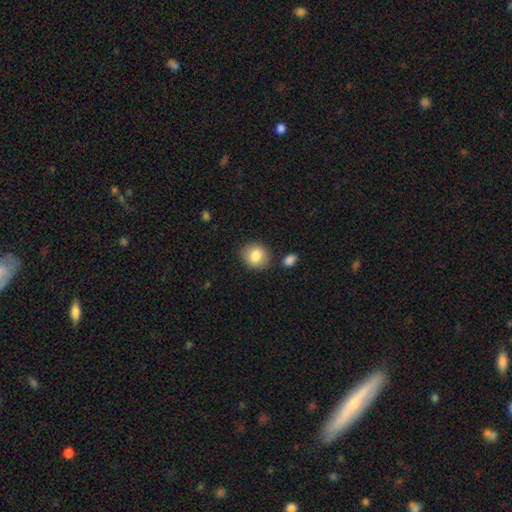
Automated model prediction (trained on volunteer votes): Overall: smooth (82%). How rounded: round (75%). Merging: none (82%).